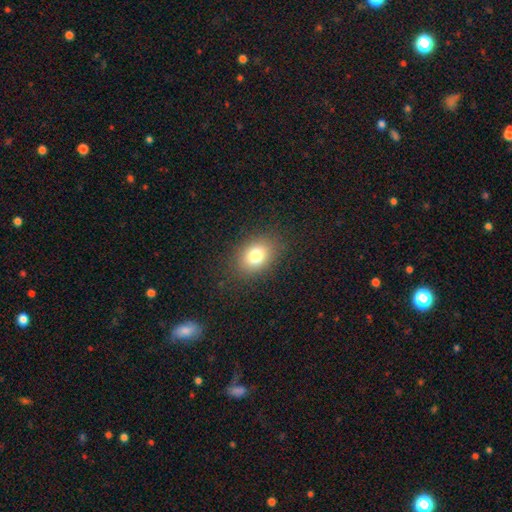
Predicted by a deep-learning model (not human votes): Smooth or featured: smooth — 78% (star or artifact — 12%)
How rounded: in between — 67% (round — 32%)
Merging: none — 86% (minor disturbance — 9%)